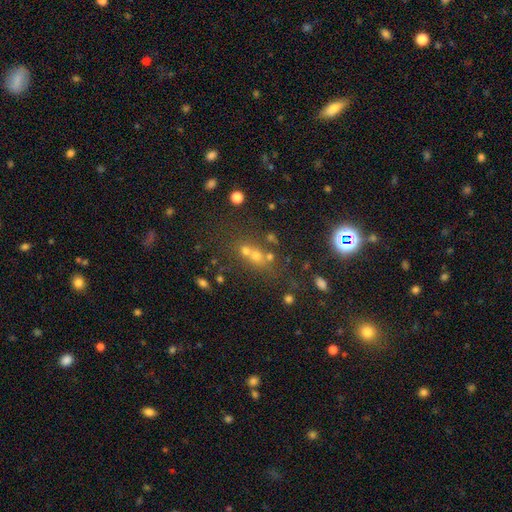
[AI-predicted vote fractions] Q: Smooth or featured?
A: smooth (44%); runner-up: star or artifact (36%)
Q: Merging?
A: none (44%); runner-up: merger (41%)